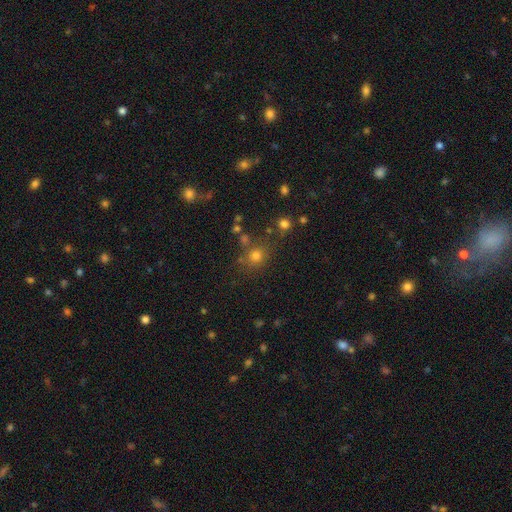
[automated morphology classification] This is likely a smooth galaxy (70%). How rounded: likely round (77%). Merging: likely none (73%).